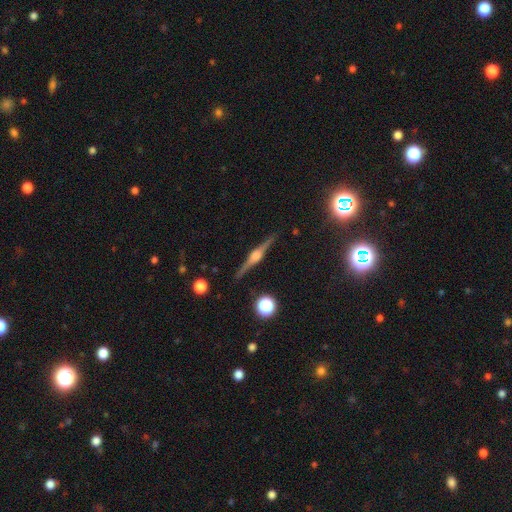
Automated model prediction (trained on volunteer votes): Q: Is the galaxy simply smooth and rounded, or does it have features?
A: featured or disk — 84%.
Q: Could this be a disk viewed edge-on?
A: yes — 98%.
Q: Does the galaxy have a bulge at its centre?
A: rounded — 81%.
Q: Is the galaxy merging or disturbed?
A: none — 90%.